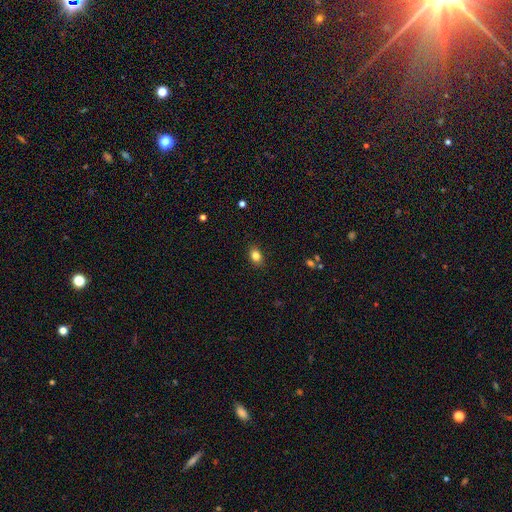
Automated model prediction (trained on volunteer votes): Q: Smooth or featured?
A: smooth (84%); runner-up: star or artifact (10%)
Q: How rounded?
A: in between (69%); runner-up: round (30%)
Q: Merging?
A: none (88%); runner-up: minor disturbance (8%)